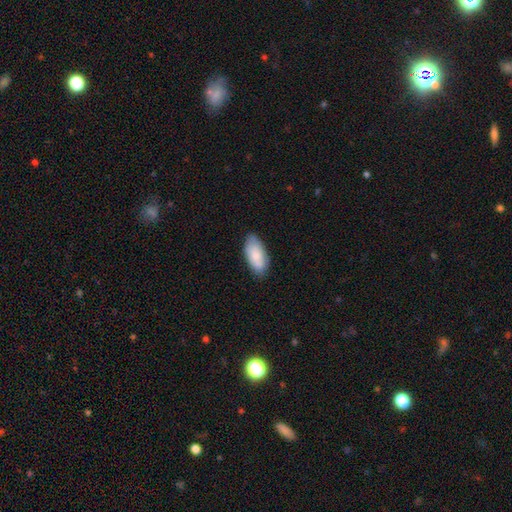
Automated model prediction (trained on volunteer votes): smooth 82%, featured or disk 12%, star or artifact 6%. Down the decision tree: how rounded — in between (92%); merging — none (76%).